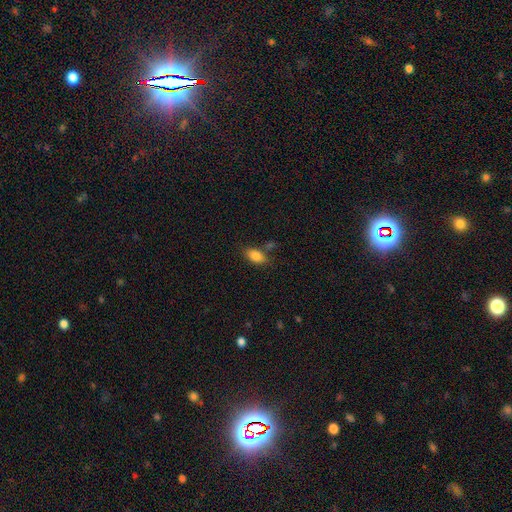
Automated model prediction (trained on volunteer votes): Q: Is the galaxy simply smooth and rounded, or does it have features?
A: smooth — 85%.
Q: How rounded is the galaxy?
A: in between — 90%.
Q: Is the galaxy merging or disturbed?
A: none — 72%.